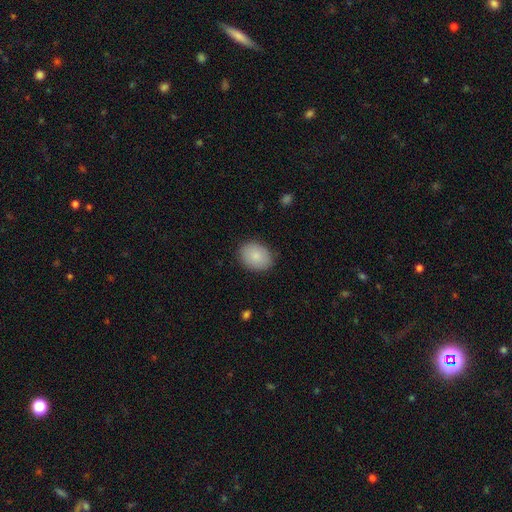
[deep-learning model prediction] This appears to be a smooth galaxy with no disk features (87%) that is in between round and cigar-shaped (63%). Merging: none (87%).